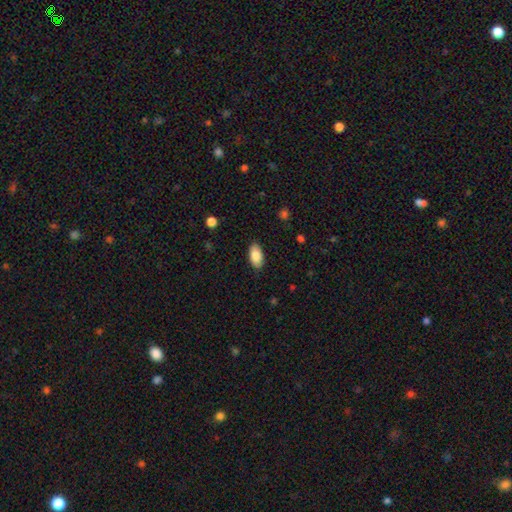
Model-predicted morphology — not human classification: Overall: smooth (87%). How rounded: in between (94%). Merging: none (87%).